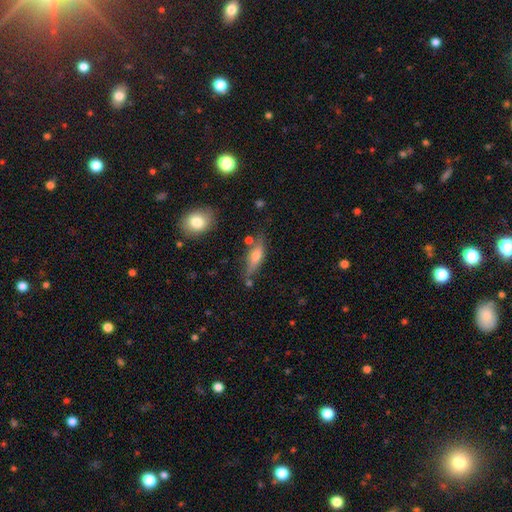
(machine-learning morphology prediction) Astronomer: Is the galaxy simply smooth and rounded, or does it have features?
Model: smooth — 50% (runner-up: featured or disk, 41%).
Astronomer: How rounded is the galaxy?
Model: cigar-shaped — 54% (runner-up: in between, 42%).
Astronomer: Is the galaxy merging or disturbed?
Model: none — 69%.